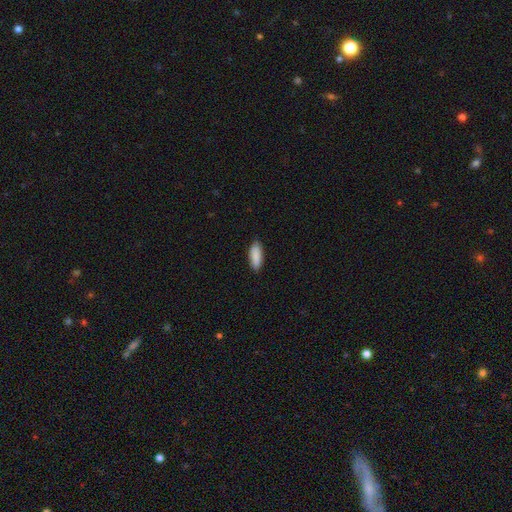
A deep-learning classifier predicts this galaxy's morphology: A smooth galaxy with no disk features (90%) that is in between round and cigar-shaped (70%). Merging: none (87%).